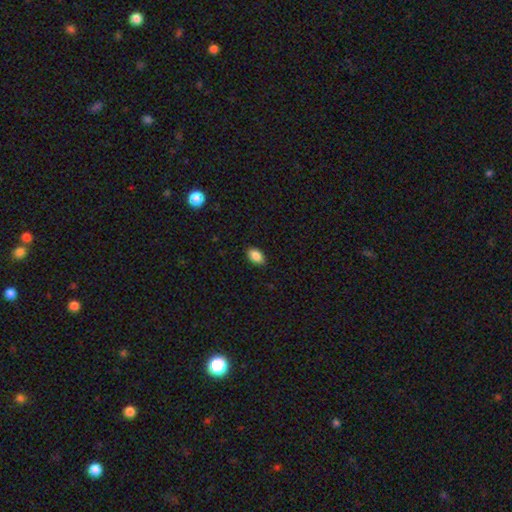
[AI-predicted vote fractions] Smooth or featured? Predicted: smooth (p=0.87). How rounded? Predicted: in between (p=0.92). Merging? Predicted: none (p=0.89).